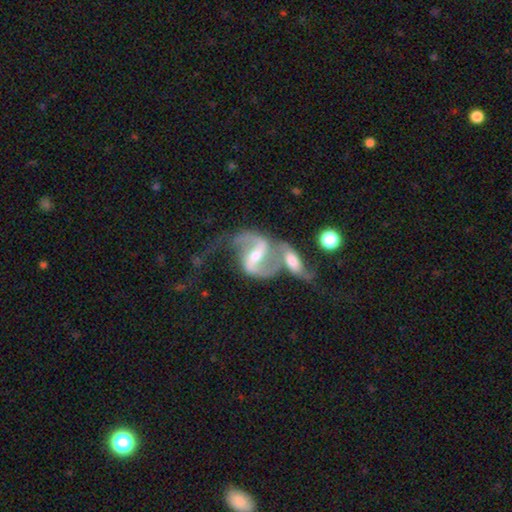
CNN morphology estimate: Overall: featured or disk (89%). Edge-on disk: no (97%). Bar: strong (60%; weak 31%). Spiral arms: yes (96%). Spiral arm count: 2 (91%). Spiral winding: loose (49%; medium 41%). Bulge size: moderate (54%; small 39%). Merging: merger (50%; none 26%).